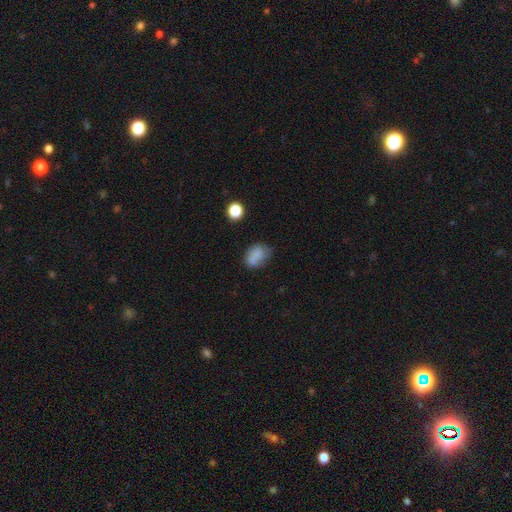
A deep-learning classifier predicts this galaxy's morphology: Overall: smooth (75%). How rounded: in between (70%). Merging: none (53%; minor disturbance 29%).